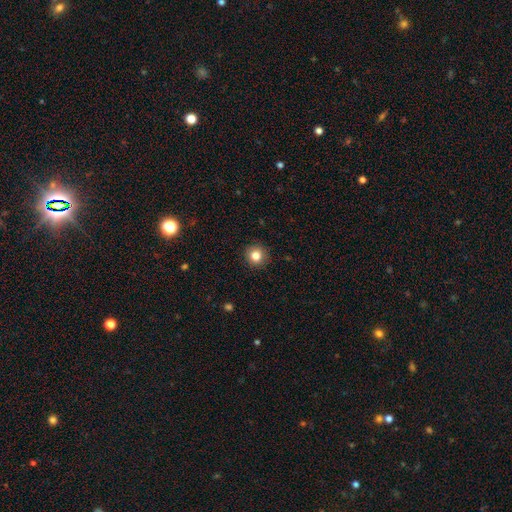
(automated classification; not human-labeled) Smooth or featured: smooth — 82% (star or artifact — 11%)
How rounded: round — 93% (in between — 6%)
Merging: none — 92% (minor disturbance — 6%)